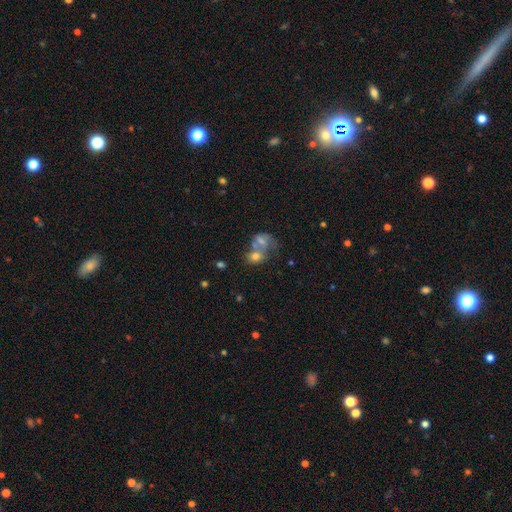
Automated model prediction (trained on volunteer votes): A smooth galaxy with no disk features (45%).

Vote fractions:
- Smooth or featured? smooth: 45% / featured or disk: 34% / star or artifact: 21%
- Merging? merger: 58% / none: 26% / minor disturbance: 8% / major disturbance: 7%